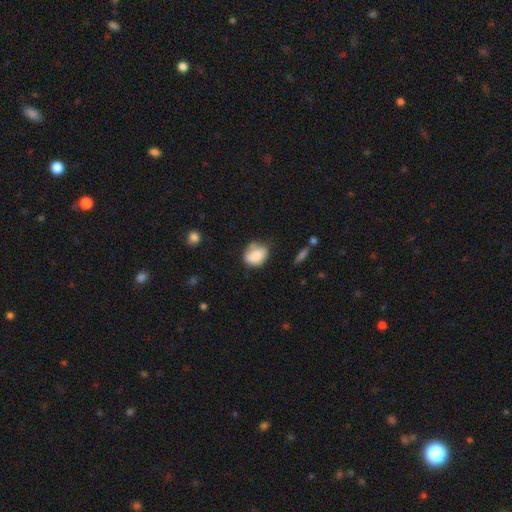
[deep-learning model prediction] Q: Smooth or featured?
A: smooth (82%); runner-up: featured or disk (10%)
Q: How rounded?
A: in between (61%); runner-up: round (37%)
Q: Merging?
A: none (54%); runner-up: minor disturbance (29%)